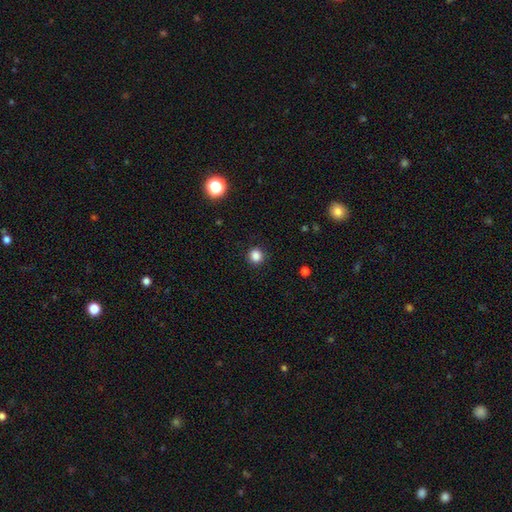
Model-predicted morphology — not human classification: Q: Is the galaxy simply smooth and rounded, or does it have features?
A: smooth — 85%.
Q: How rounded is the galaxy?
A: round — 91%.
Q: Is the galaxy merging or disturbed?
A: none — 91%.